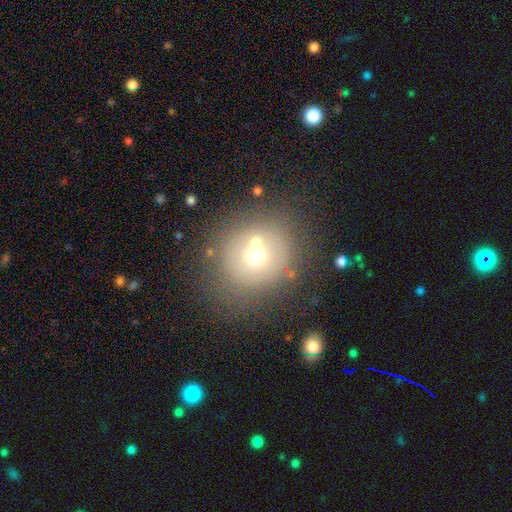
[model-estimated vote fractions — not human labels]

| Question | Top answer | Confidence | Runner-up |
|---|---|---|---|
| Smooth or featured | smooth | 60% | featured or disk (24%) |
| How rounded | round | 85% | in between (14%) |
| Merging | none | 60% | merger (23%) |